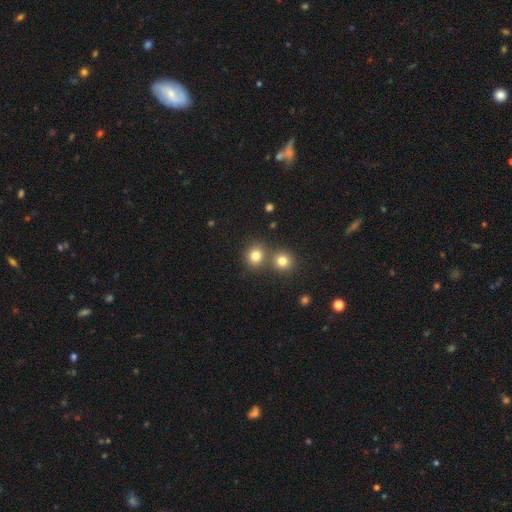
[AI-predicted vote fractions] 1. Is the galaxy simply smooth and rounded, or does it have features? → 80% smooth, 14% star or artifact, 7% featured or disk.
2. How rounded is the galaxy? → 83% round, 16% in between, 1% cigar-shaped.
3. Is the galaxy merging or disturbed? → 62% none, 28% merger, 7% minor disturbance, 3% major disturbance.